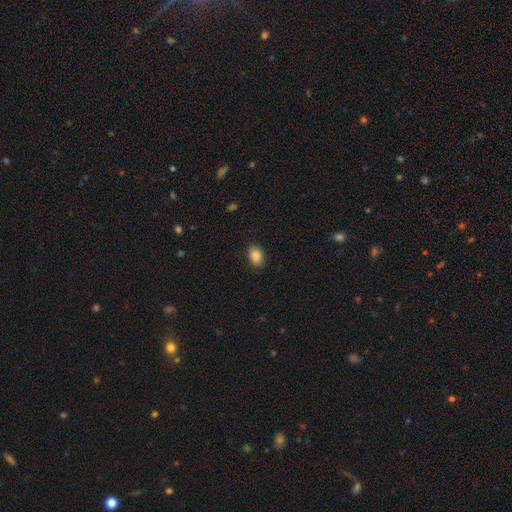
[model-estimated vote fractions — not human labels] This is clearly a smooth galaxy (86%). How rounded: likely in between (79%). Merging: clearly none (87%).